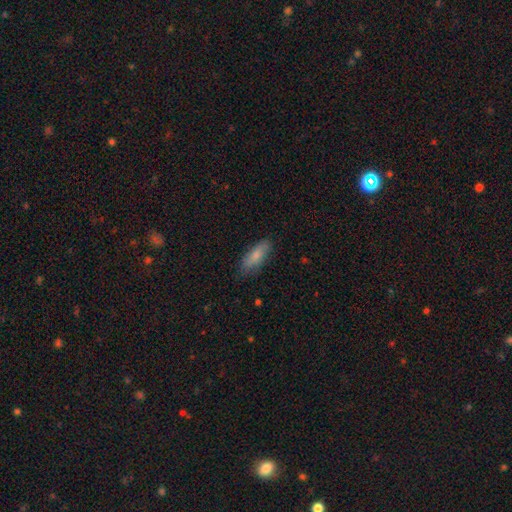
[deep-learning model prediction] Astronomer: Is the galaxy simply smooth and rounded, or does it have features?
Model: smooth — 77%.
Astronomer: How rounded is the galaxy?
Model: in between — 63%.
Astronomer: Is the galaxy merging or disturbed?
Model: none — 78%.